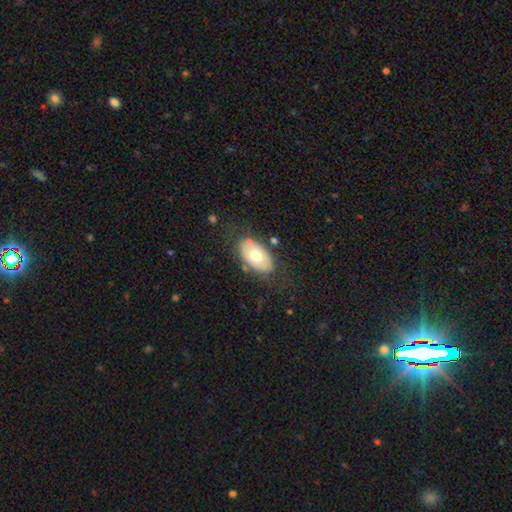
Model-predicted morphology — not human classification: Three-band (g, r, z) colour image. It shows a smooth galaxy with no disk features (61%) that is in between round and cigar-shaped (92%). Merging: none (75%).